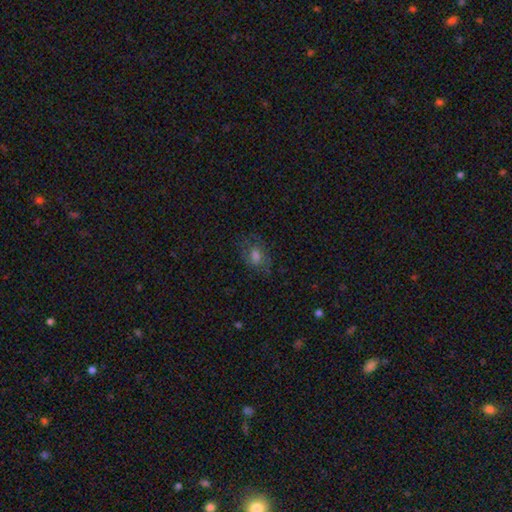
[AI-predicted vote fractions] This is possibly a smooth galaxy (56%). How rounded: likely in between (63%). Merging: likely none (70%).